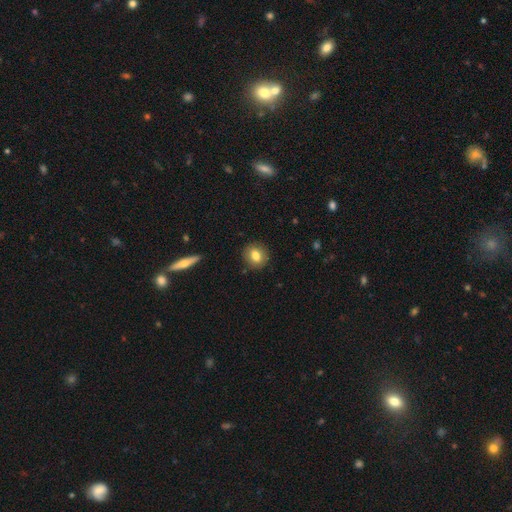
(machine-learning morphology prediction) type=smooth (79%); roundness=round (78%); merging=none (88%).